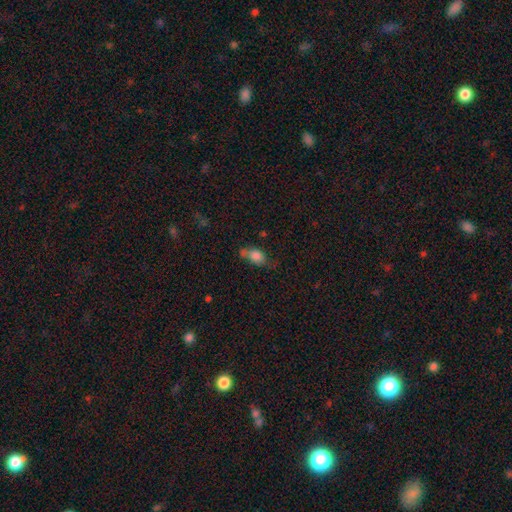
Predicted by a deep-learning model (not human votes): The model was most divided on "merging": none: 42%, minor disturbance: 32%, major disturbance: 16%, merger: 10%. More confident: how rounded — in between (77%); smooth or featured — smooth (76%).